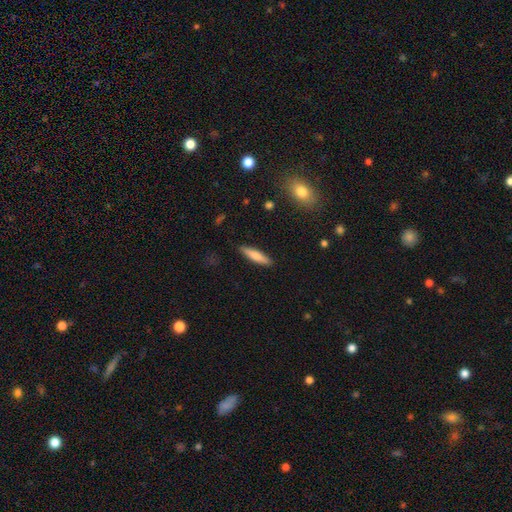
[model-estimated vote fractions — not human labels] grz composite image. It shows a smooth galaxy with no disk features (75%) that is cigar-shaped (79%). Merging: none (89%).